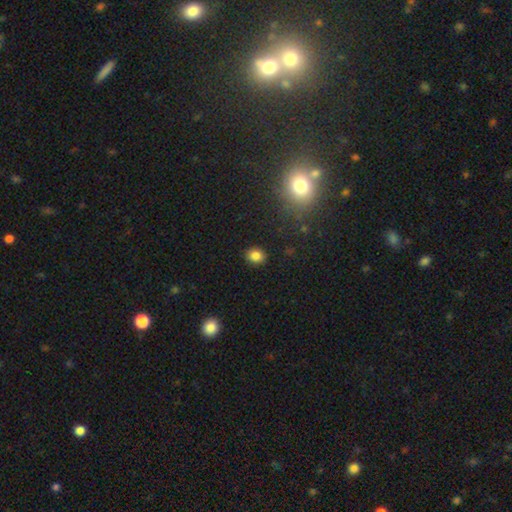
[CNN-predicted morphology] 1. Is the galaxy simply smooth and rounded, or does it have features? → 84% smooth, 11% star or artifact, 4% featured or disk.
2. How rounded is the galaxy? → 61% round, 38% in between, 1% cigar-shaped.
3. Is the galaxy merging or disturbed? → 89% none, 8% minor disturbance, 2% major disturbance, 1% merger.